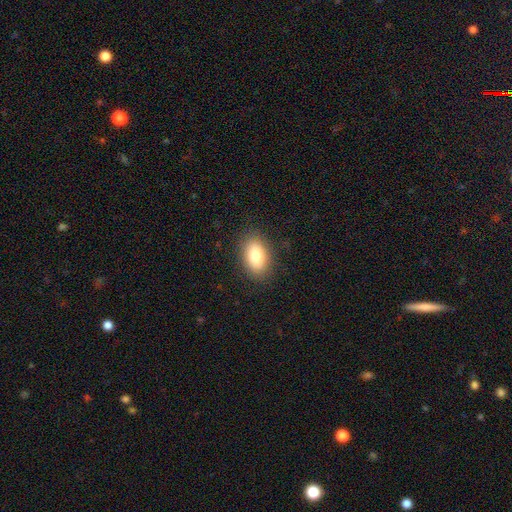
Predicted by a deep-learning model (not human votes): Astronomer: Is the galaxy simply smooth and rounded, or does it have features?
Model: smooth — 84%.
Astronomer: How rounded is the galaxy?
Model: in between — 91%.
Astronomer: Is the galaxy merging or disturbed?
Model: none — 87%.